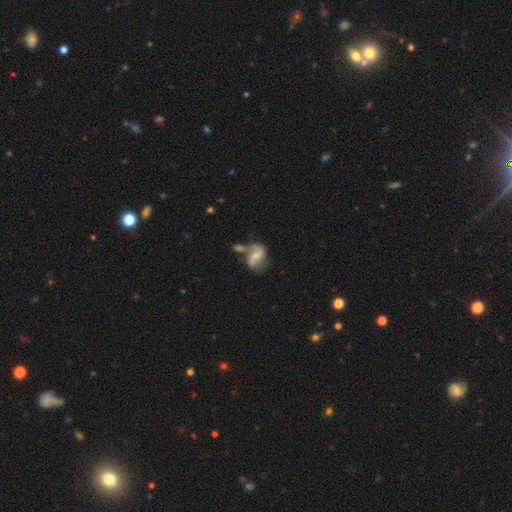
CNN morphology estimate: type=featured or disk (68%); edge-on=no (97%); bar=no (45%); spiral arms=yes (86%); winding=loose (45%); arm count=2 (80%); bulge=small (49%); merging=none (33%).